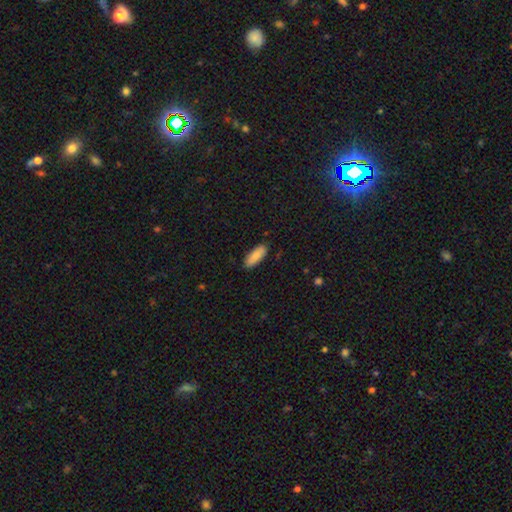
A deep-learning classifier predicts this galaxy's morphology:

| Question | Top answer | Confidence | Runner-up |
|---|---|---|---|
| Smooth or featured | smooth | 88% | featured or disk (7%) |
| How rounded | in between | 72% | cigar-shaped (26%) |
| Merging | none | 88% | minor disturbance (9%) |